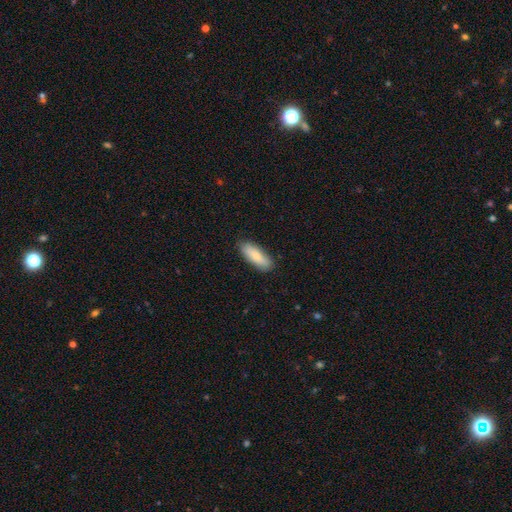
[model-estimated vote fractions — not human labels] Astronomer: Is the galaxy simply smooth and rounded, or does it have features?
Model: smooth — 84%.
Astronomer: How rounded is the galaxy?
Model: in between — 65%.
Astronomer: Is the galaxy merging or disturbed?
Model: none — 85%.